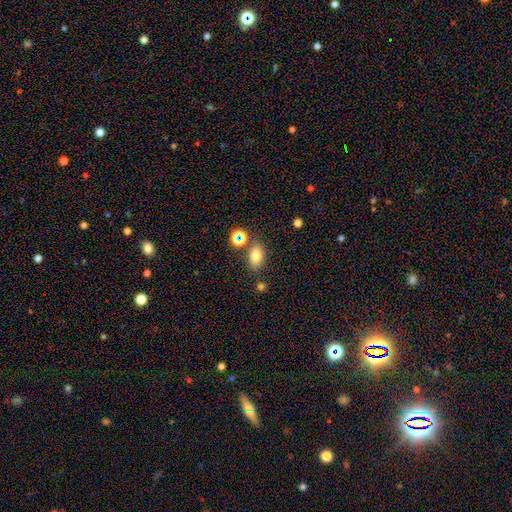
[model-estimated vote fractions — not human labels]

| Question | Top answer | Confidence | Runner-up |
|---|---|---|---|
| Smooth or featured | smooth | 74% | star or artifact (15%) |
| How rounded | in between | 78% | round (19%) |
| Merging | none | 74% | minor disturbance (12%) |